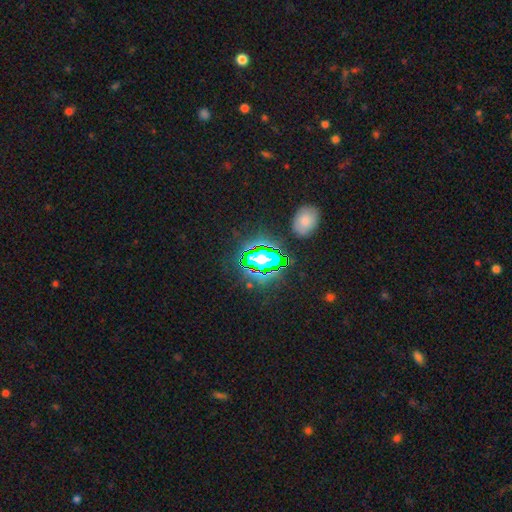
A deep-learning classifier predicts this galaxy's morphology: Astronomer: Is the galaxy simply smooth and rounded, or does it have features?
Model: star or artifact — 78%.